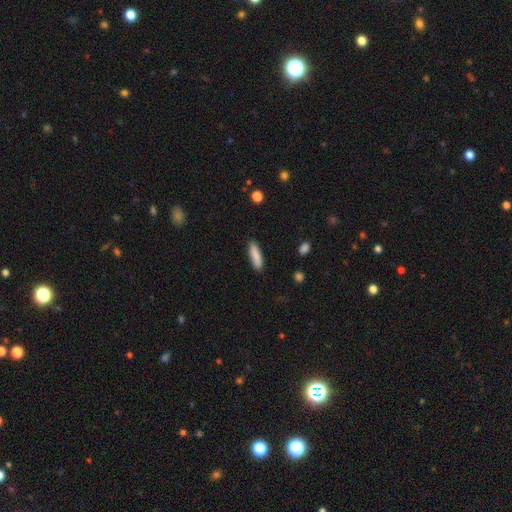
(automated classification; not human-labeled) Morphology: type=smooth (86%); roundness=cigar-shaped (66%); merging=none (88%).